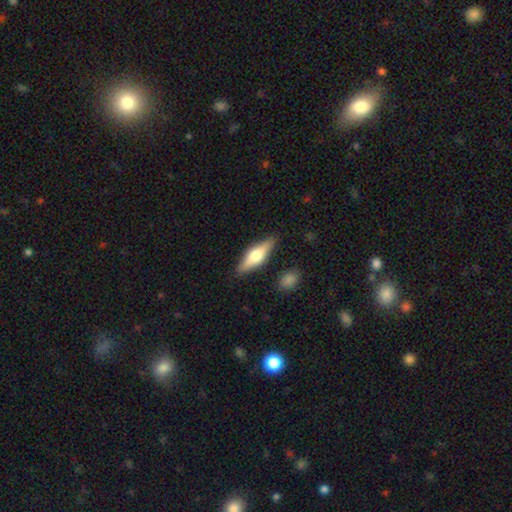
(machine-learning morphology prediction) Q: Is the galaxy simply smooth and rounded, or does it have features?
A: featured or disk — 49%.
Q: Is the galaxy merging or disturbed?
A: none — 86%.